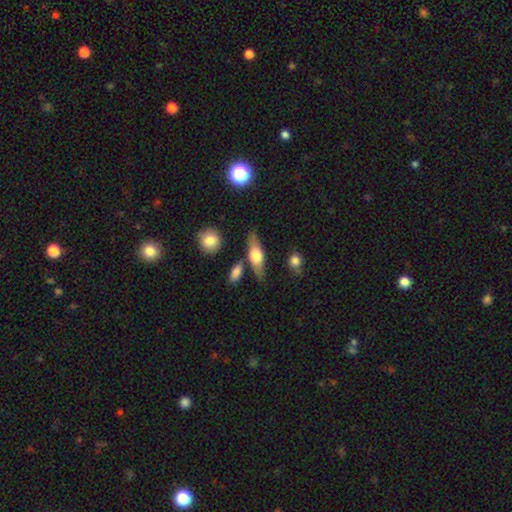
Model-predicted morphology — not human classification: The model was most divided on "smooth or featured": featured or disk: 52%, smooth: 42%, star or artifact: 6%. More confident: edge-on disk — yes (88%); merging — none (76%).